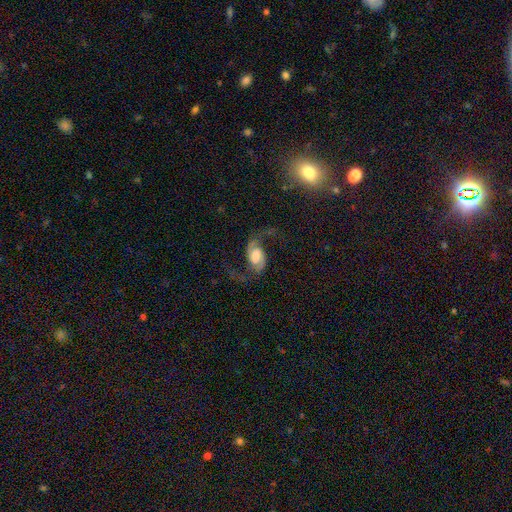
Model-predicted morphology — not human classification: Q: Smooth or featured?
A: featured or disk (85%); runner-up: smooth (9%)
Q: Edge-on disk?
A: no (97%); runner-up: yes (3%)
Q: Bar?
A: weak (44%); runner-up: no (40%)
Q: Spiral arms?
A: yes (96%); runner-up: no (4%)
Q: Spiral winding?
A: loose (71%); runner-up: medium (23%)
Q: Spiral arm count?
A: 2 (93%); runner-up: 1 (2%)
Q: Bulge size?
A: moderate (45%); runner-up: large (28%)
Q: Merging?
A: none (65%); runner-up: major disturbance (18%)